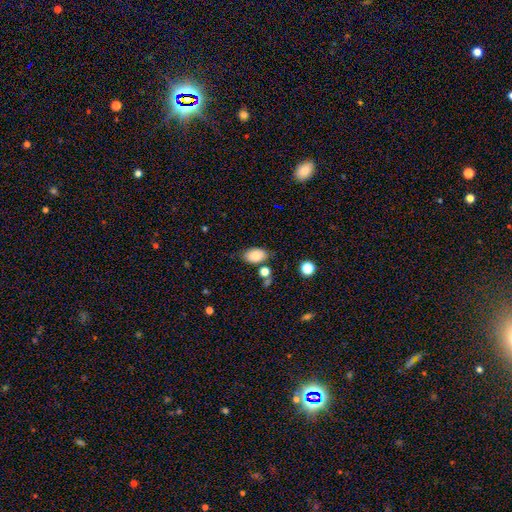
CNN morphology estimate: The model was most divided on "merging": none: 72%, minor disturbance: 17%, merger: 7%, major disturbance: 4%. More confident: how rounded — in between (87%); smooth or featured — smooth (80%).